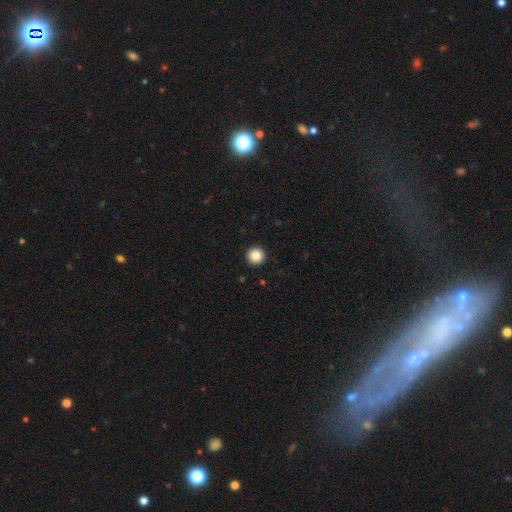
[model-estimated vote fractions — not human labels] Smooth or featured: smooth — 87% (star or artifact — 10%)
How rounded: round — 97% (in between — 3%)
Merging: none — 94% (minor disturbance — 4%)